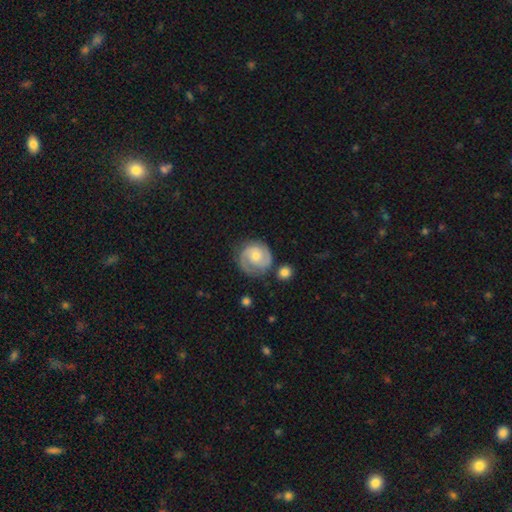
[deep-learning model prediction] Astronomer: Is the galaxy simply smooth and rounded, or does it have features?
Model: featured or disk — 74%.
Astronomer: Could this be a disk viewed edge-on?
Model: no — 98%.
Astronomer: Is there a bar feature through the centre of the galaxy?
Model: no — 63%.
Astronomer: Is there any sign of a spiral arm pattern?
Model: yes — 94%.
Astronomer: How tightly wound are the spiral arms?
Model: tight — 49% (runner-up: medium, 40%).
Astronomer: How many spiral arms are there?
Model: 2 — 77%.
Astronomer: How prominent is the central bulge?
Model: moderate — 49% (runner-up: small, 44%).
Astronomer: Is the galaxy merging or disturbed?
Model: none — 72%.